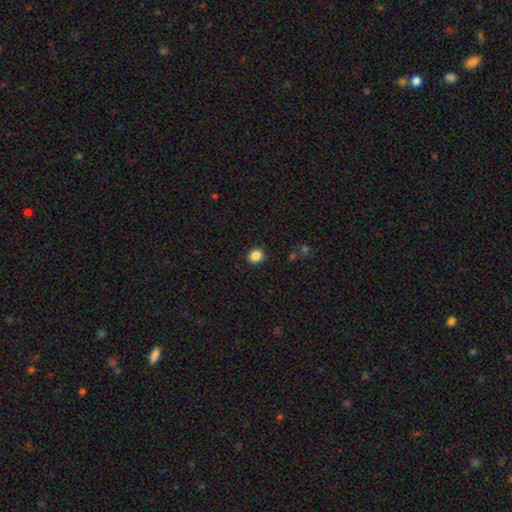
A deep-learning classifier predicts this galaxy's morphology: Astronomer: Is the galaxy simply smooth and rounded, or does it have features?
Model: smooth — 86%.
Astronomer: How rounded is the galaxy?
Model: round — 86%.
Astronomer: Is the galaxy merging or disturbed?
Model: none — 91%.